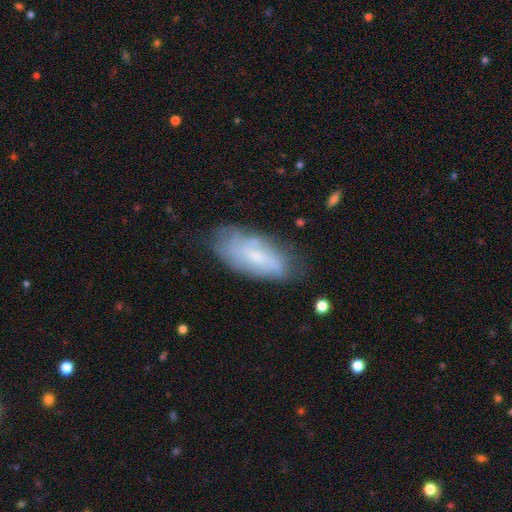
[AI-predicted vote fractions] Smooth or featured: featured or disk — 47% (smooth — 45%)
Merging: none — 66% (minor disturbance — 24%)